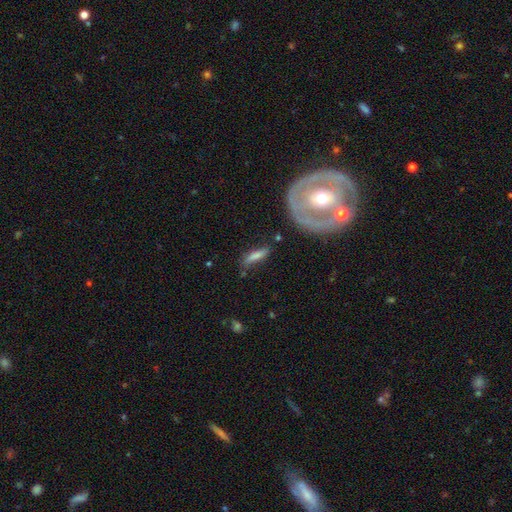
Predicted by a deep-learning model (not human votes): Smooth or featured: smooth — 71% (featured or disk — 22%)
How rounded: cigar-shaped — 75% (in between — 23%)
Merging: none — 67% (minor disturbance — 19%)